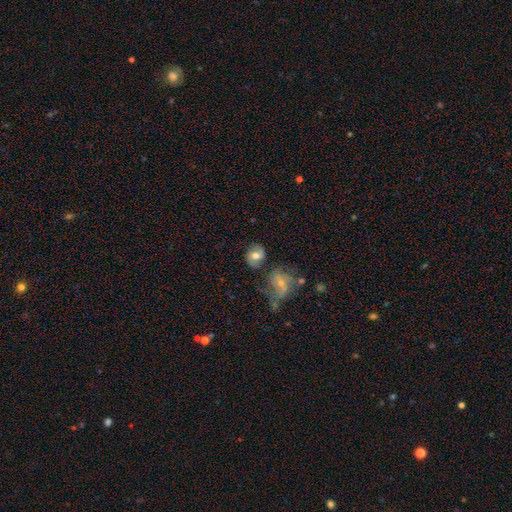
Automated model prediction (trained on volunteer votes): Smooth or featured: smooth — 57% (featured or disk — 34%)
How rounded: round — 64% (in between — 34%)
Merging: none — 64% (minor disturbance — 16%)